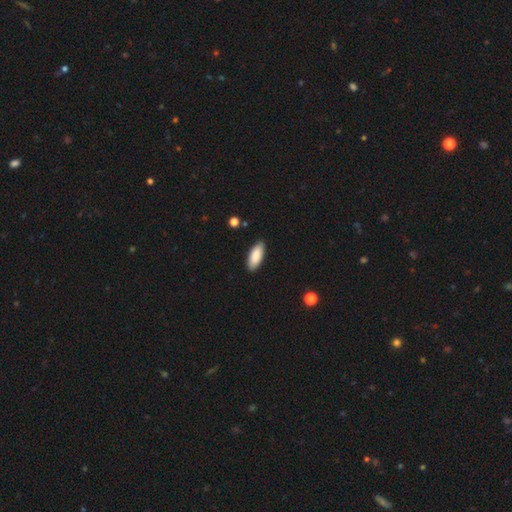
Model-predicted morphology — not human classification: smooth 87%, featured or disk 7%, star or artifact 6%. Down the decision tree: how rounded — in between (82%); merging — none (88%).